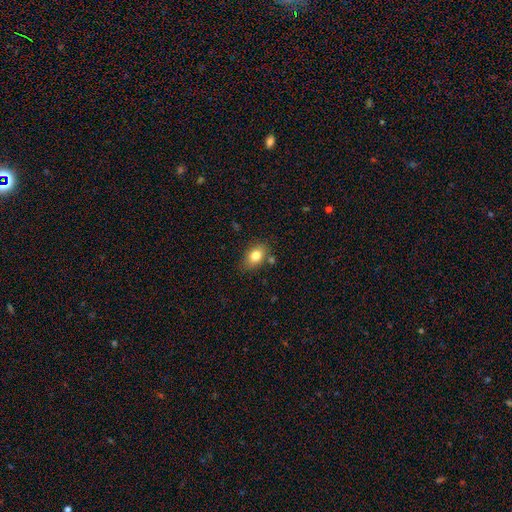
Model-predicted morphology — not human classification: A smooth galaxy with no disk features (80%) that is in between round and cigar-shaped (80%). Merging: none (76%).